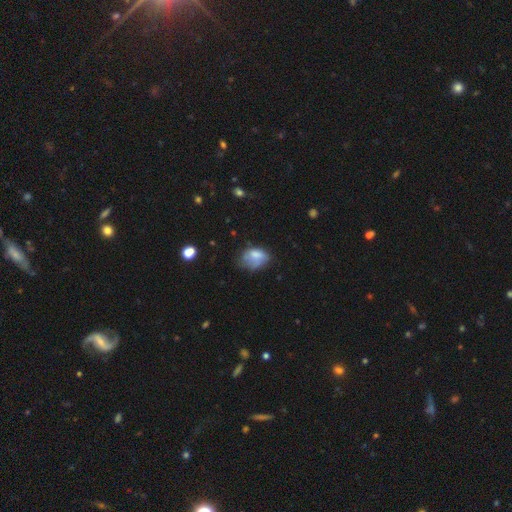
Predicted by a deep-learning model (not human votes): A smooth galaxy with no disk features (70%) that is in between round and cigar-shaped (76%).

Vote fractions:
- Smooth or featured? smooth: 70% / featured or disk: 20% / star or artifact: 10%
- How rounded? in between: 76% / round: 23% / cigar-shaped: 1%
- Merging? none: 37% (tied) / minor disturbance: 37% (tied) / major disturbance: 22% / merger: 4%